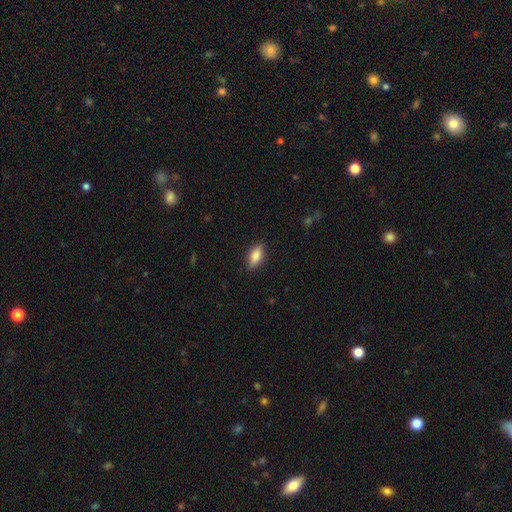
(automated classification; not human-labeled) smooth-or-featured: smooth: 81% | featured or disk: 12% | star or artifact: 7%
  how-rounded: in between: 84% | cigar-shaped: 12% | round: 4%
  merging: none: 85% | minor disturbance: 12% | major disturbance: 3% | merger: 1%